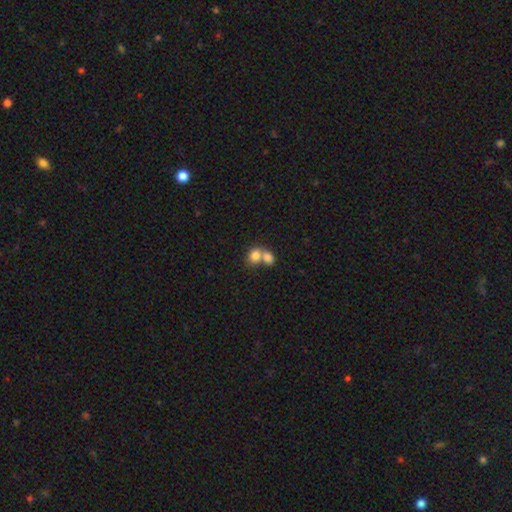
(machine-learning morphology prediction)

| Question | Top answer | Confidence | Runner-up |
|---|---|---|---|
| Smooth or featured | smooth | 80% | featured or disk (11%) |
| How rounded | round | 50% | in between (49%) |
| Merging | merger | 67% | none (24%) |